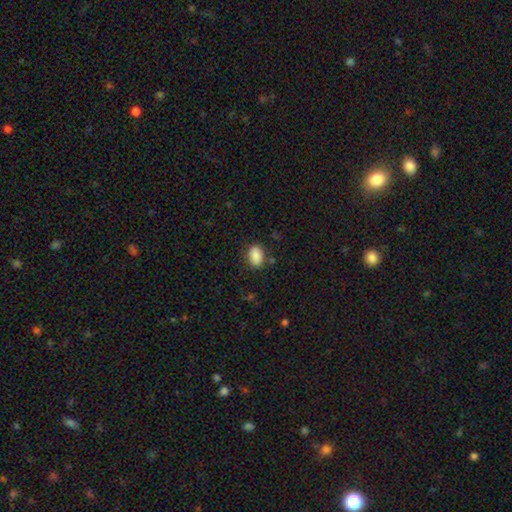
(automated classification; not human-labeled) smooth-or-featured: smooth: 88% | star or artifact: 8% | featured or disk: 4%
  how-rounded: in between: 87% | round: 12% | cigar-shaped: 2%
  merging: none: 81% | minor disturbance: 13% | major disturbance: 4% | merger: 2%